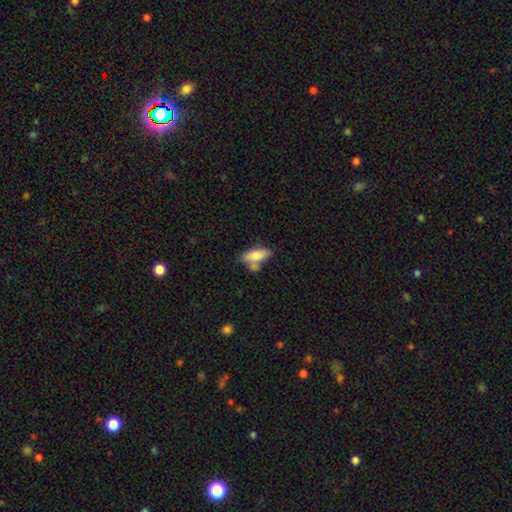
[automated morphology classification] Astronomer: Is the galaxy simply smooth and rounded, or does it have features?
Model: smooth — 76%.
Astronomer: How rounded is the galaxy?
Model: in between — 73%.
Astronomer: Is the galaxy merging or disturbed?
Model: none — 49% (runner-up: merger, 27%).